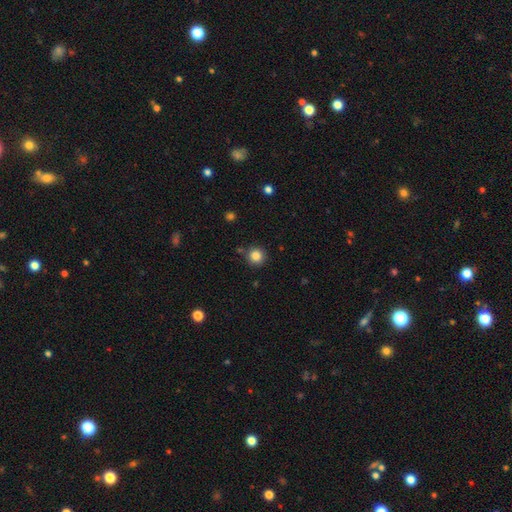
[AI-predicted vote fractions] Overall: smooth (84%). How rounded: round (94%). Merging: none (85%).